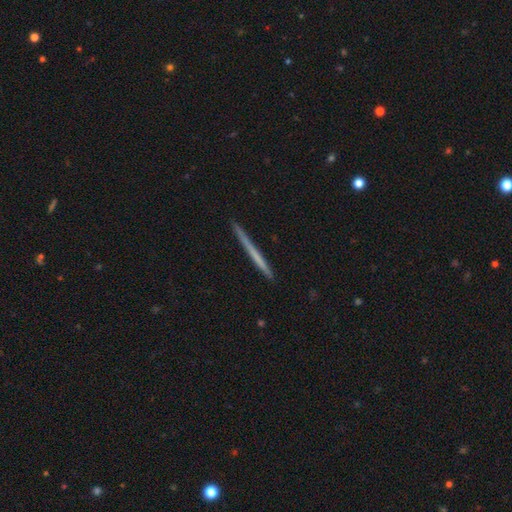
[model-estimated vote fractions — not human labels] Smooth or featured? smooth (50%)
How rounded? cigar-shaped (97%)
Merging? none (91%)